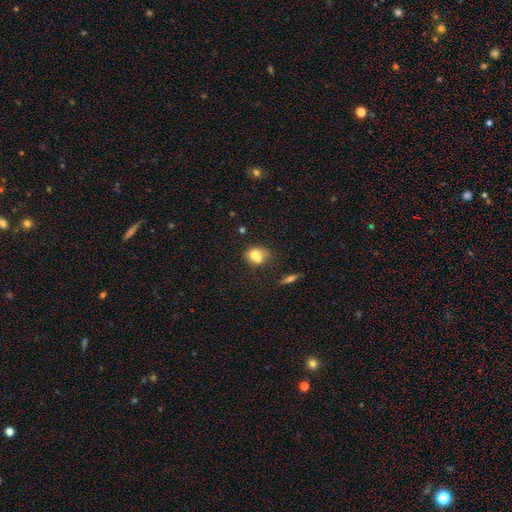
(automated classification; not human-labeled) Smooth or featured: smooth — 68% (featured or disk — 22%)
How rounded: in between — 55% (round — 42%)
Merging: merger — 50% (none — 30%)